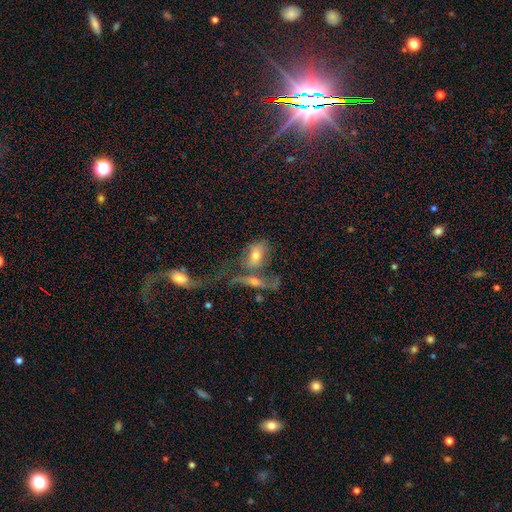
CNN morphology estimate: smooth-or-featured: smooth: 53% | featured or disk: 35% | star or artifact: 12%
  how-rounded: in between: 83% | round: 11% | cigar-shaped: 6%
  merging: merger: 56% | none: 21% | major disturbance: 15% | minor disturbance: 9%